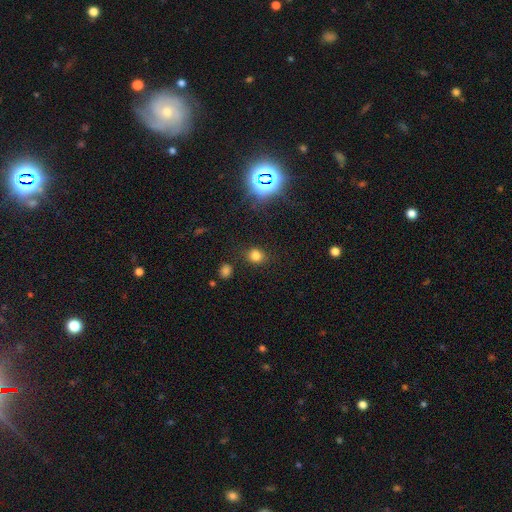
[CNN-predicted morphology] Smooth or featured? Predicted: smooth (p=0.75). How rounded? Predicted: round (p=0.68). Merging? Predicted: none (p=0.81).